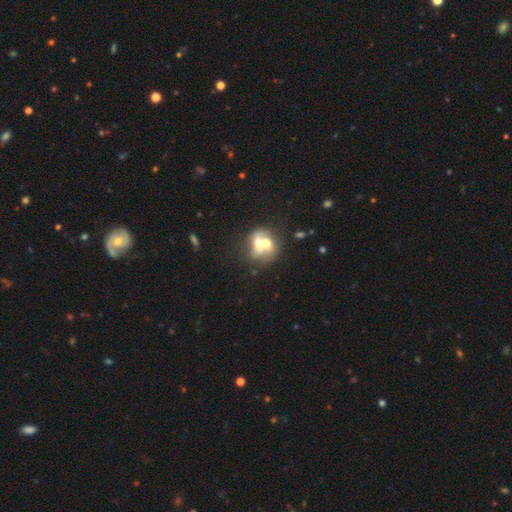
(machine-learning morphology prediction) The model was most divided on "smooth or featured": smooth: 45%, featured or disk: 39%, star or artifact: 16%. More confident: merging — merger (62%).